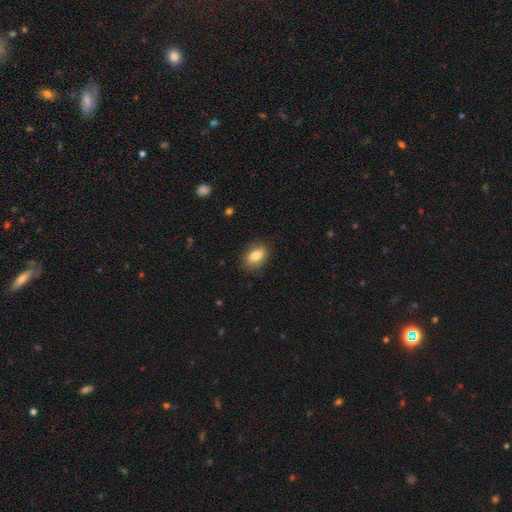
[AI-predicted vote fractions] Morphology: type=smooth (80%); roundness=in between (82%); merging=none (83%).